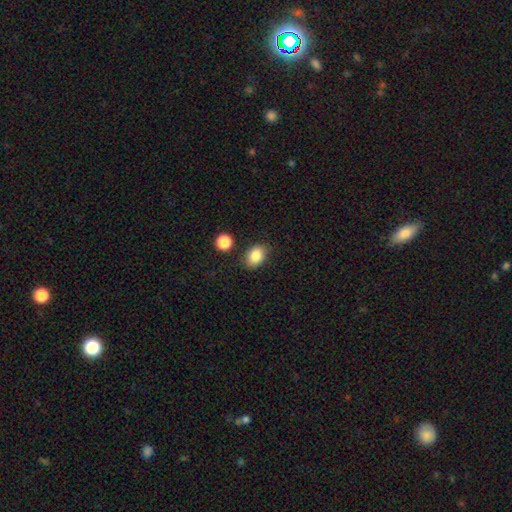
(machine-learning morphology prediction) Smooth or featured: smooth — 85% (star or artifact — 9%)
How rounded: in between — 66% (round — 33%)
Merging: none — 80% (minor disturbance — 12%)